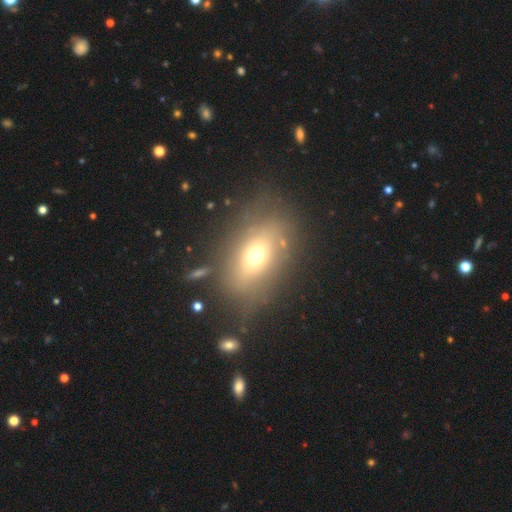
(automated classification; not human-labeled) Smooth or featured: smooth — 60% (featured or disk — 27%)
How rounded: in between — 78% (round — 17%)
Merging: none — 68% (minor disturbance — 17%)